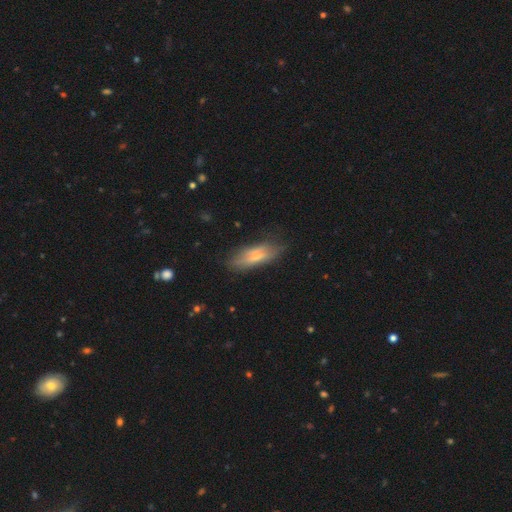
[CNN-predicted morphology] The model was most divided on "how rounded": in between: 51%, cigar-shaped: 46%, round: 3%. More confident: merging — none (69%); smooth or featured — smooth (54%).